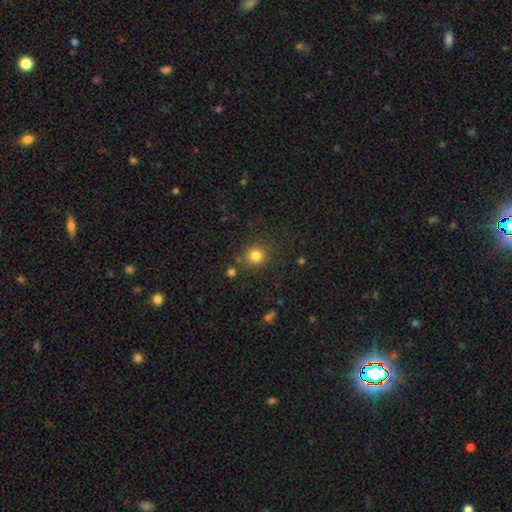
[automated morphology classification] A smooth galaxy with no disk features (81%) that is round (91%). Merging: none (84%).